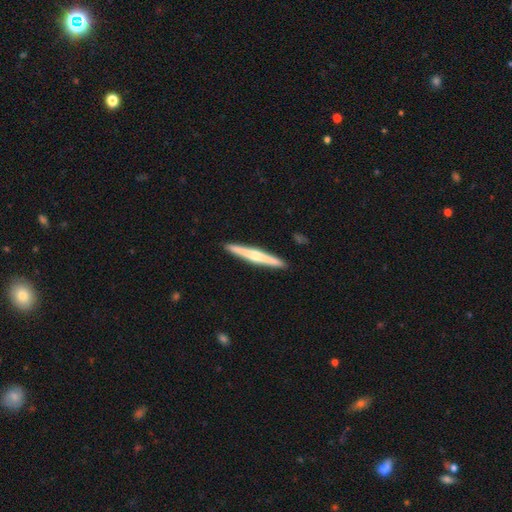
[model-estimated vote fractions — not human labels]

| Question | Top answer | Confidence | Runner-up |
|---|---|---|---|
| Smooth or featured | featured or disk | 65% | smooth (30%) |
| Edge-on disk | yes | 98% | no (2%) |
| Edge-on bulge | rounded | 78% | none (14%) |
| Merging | none | 92% | minor disturbance (5%) |